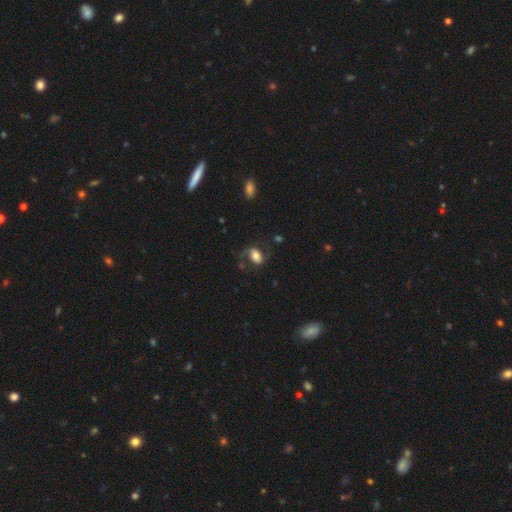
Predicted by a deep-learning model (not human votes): Smooth or featured?
  - smooth: 46% * (tied)
  - featured or disk: 46% * (tied)
  - star or artifact: 8%
Merging?
  - none: 56% *
  - major disturbance: 21%
  - minor disturbance: 20%
  - merger: 3%